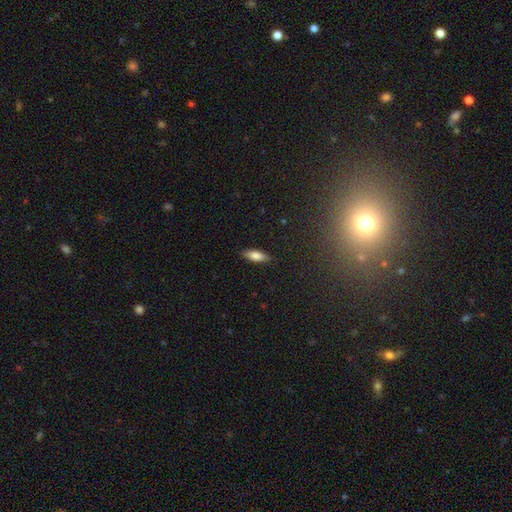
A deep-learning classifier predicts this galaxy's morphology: smooth 80%, featured or disk 14%, star or artifact 7%. Down the decision tree: how rounded — in between (66%); merging — none (88%).